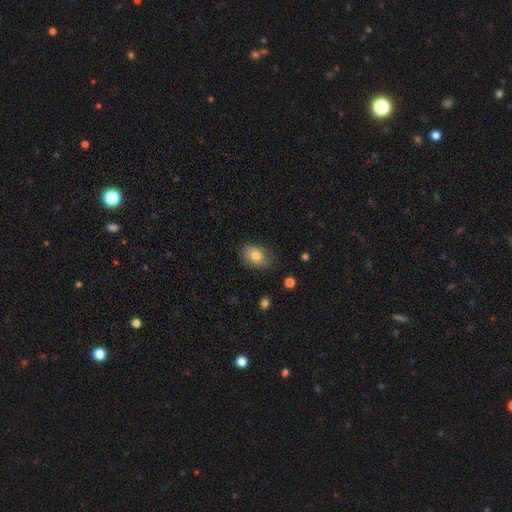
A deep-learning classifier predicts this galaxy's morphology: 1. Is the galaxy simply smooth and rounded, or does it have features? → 79% smooth, 12% featured or disk, 8% star or artifact.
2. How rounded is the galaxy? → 74% in between, 25% round, 1% cigar-shaped.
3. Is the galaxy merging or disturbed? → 75% none, 20% minor disturbance, 4% major disturbance, 1% merger.